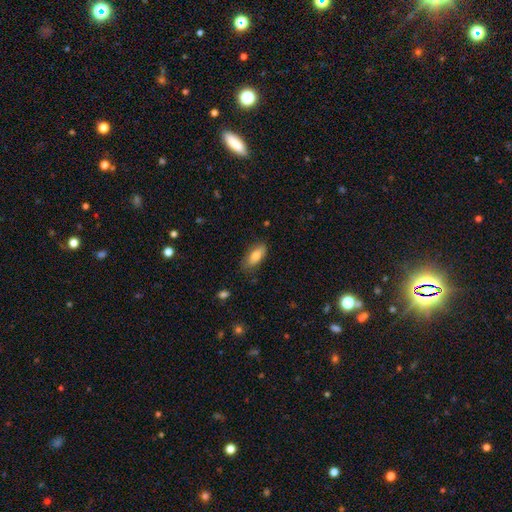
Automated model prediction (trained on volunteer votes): This is likely a smooth galaxy (79%). How rounded: clearly in between (82%). Merging: likely none (77%).